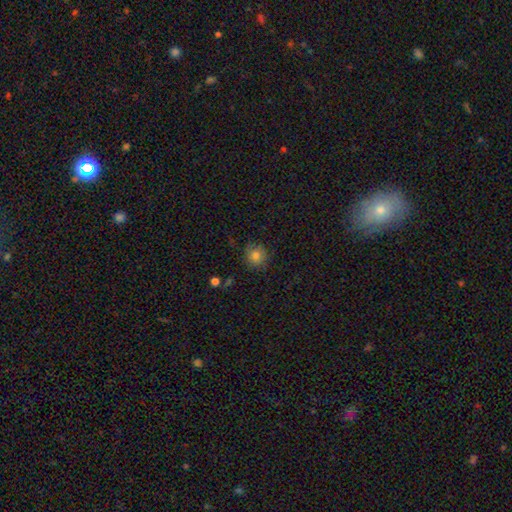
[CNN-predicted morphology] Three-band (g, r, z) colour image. It shows a smooth galaxy with no disk features (80%) that is round (91%). Merging: none (84%).